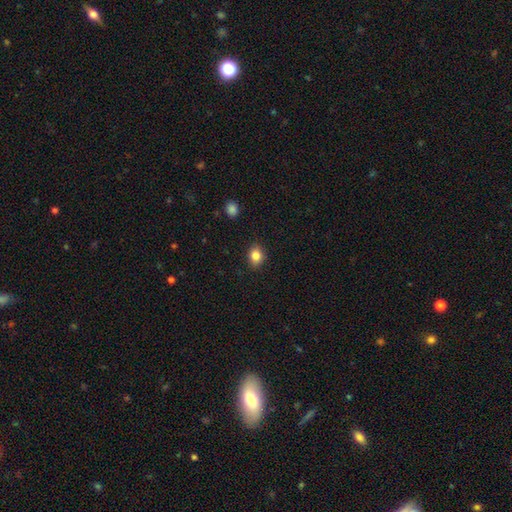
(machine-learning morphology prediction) This is clearly a smooth galaxy (84%). How rounded: possibly in between (52%). Merging: clearly none (87%).